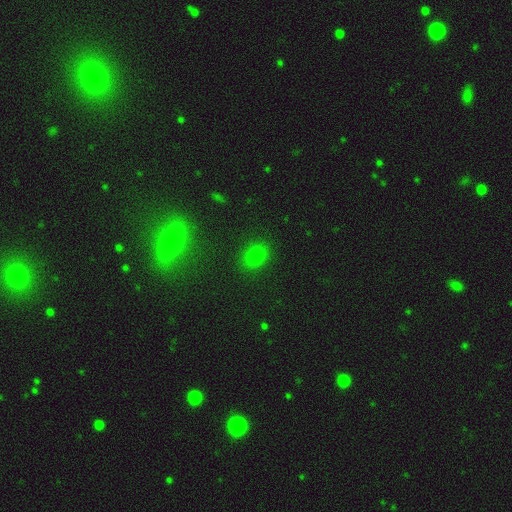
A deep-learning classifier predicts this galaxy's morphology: smooth-or-featured: smooth: 76% | star or artifact: 18% | featured or disk: 6%
  how-rounded: round: 56% | in between: 42% | cigar-shaped: 2%
  merging: none: 87% | minor disturbance: 9% | major disturbance: 3% | merger: 2%